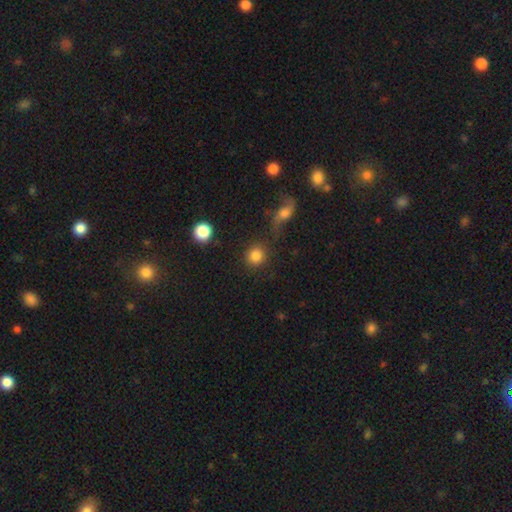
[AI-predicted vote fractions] Smooth or featured? Predicted: smooth (p=0.84). How rounded? Predicted: round (p=0.90). Merging? Predicted: none (p=0.79).